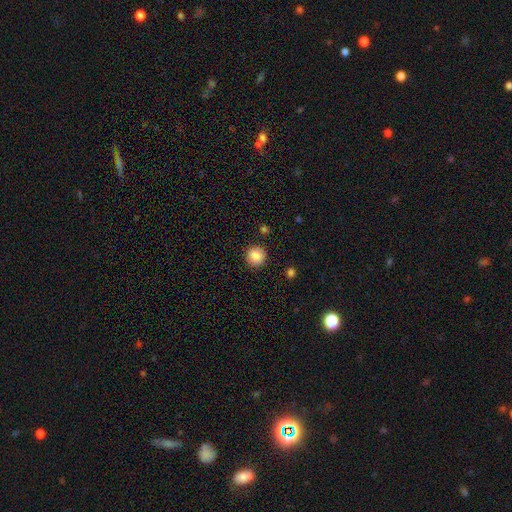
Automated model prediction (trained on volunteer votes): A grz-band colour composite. It shows a smooth galaxy with no disk features (87%) that is round (94%). Merging: none (91%).